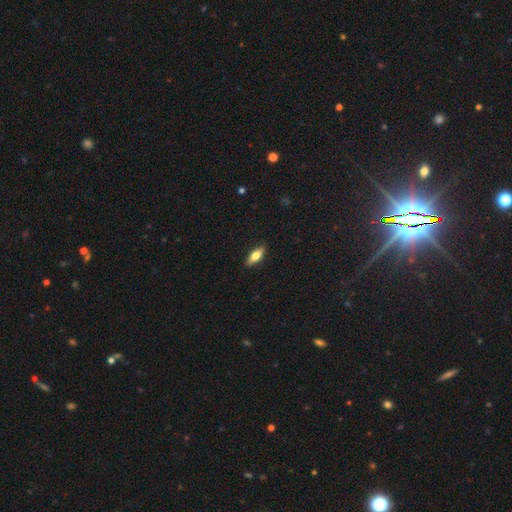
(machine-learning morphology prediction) A smooth galaxy with no disk features (61%) that is in between round and cigar-shaped (64%).

Vote fractions:
- Smooth or featured? smooth: 61% / featured or disk: 33% / star or artifact: 6%
- How rounded? in between: 64% / cigar-shaped: 33% / round: 3%
- Merging? none: 89% / minor disturbance: 8% / major disturbance: 2% / merger: 1%